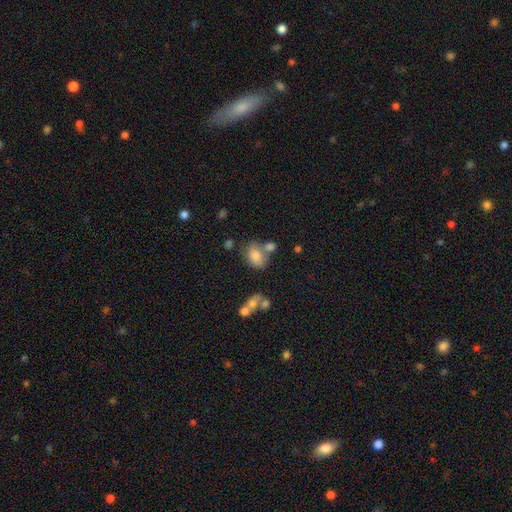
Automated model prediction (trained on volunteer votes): smooth-or-featured: smooth: 78% | featured or disk: 12% | star or artifact: 10%
  how-rounded: in between: 74% | round: 25% | cigar-shaped: 1%
  merging: none: 48% | merger: 29% | minor disturbance: 16% | major disturbance: 7%